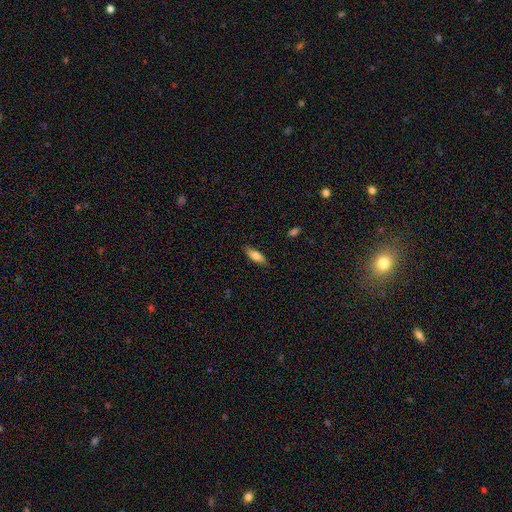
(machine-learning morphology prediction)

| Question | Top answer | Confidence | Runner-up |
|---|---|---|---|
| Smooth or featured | smooth | 75% | featured or disk (19%) |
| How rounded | in between | 61% | cigar-shaped (37%) |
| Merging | none | 85% | minor disturbance (12%) |